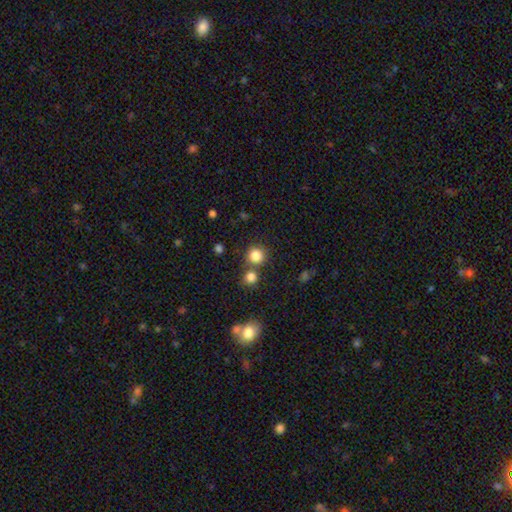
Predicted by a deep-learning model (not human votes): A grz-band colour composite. It shows a smooth galaxy with no disk features (82%) that is round (92%). Merging: none (71%).